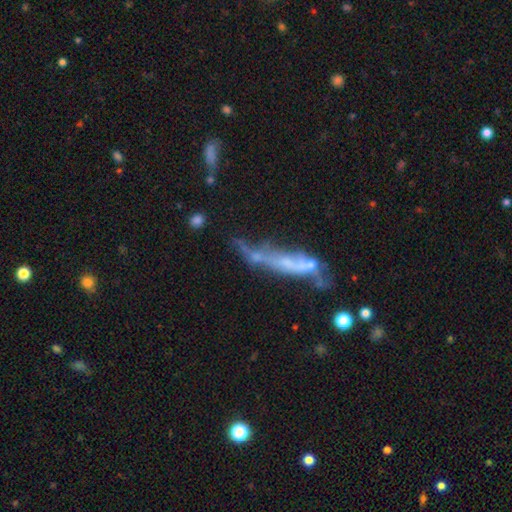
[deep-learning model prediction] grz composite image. It shows a featured or disk galaxy (49%). Merging: merger (36%).